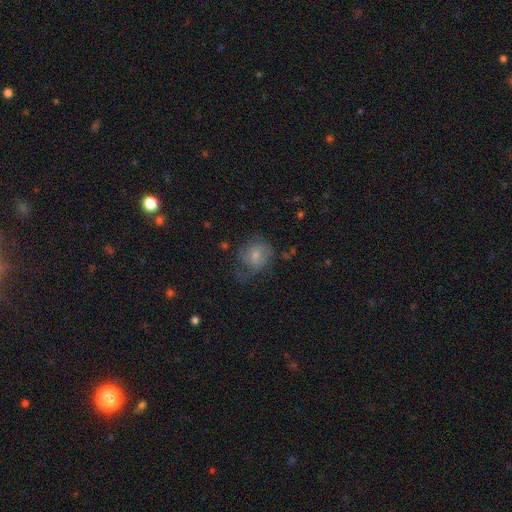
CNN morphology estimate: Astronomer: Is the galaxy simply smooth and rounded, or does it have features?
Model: smooth — 59%.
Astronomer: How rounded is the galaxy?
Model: round — 73%.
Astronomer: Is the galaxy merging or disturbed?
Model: none — 44% (runner-up: minor disturbance, 28%).